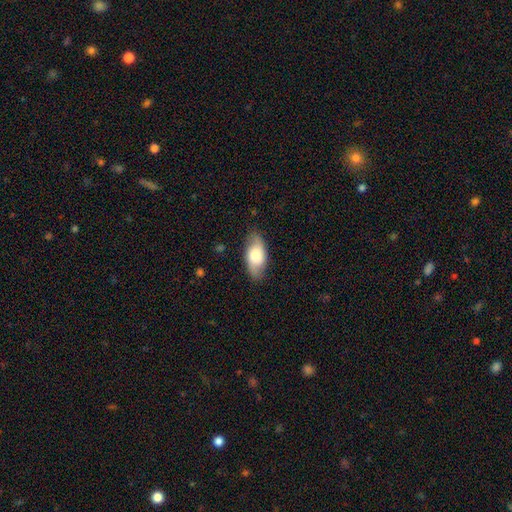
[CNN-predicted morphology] Smooth or featured? Predicted: smooth (p=0.67). How rounded? Predicted: in between (p=0.90). Merging? Predicted: none (p=0.82).